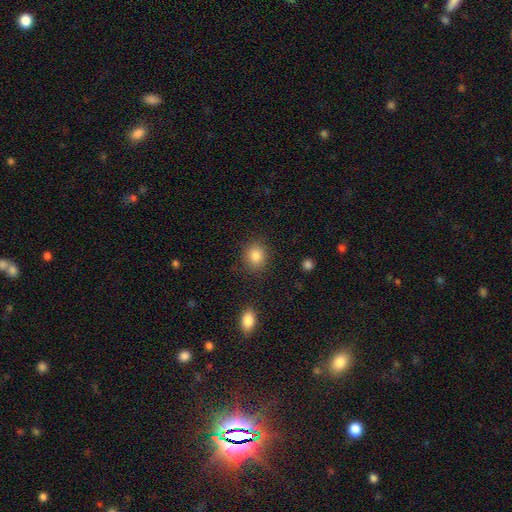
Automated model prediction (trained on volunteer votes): Smooth or featured?
  - smooth: 85% *
  - star or artifact: 9%
  - featured or disk: 5%
How rounded?
  - round: 71% *
  - in between: 28%
  - cigar-shaped: 1%
Merging?
  - none: 87% *
  - minor disturbance: 8%
  - major disturbance: 3%
  - merger: 2%